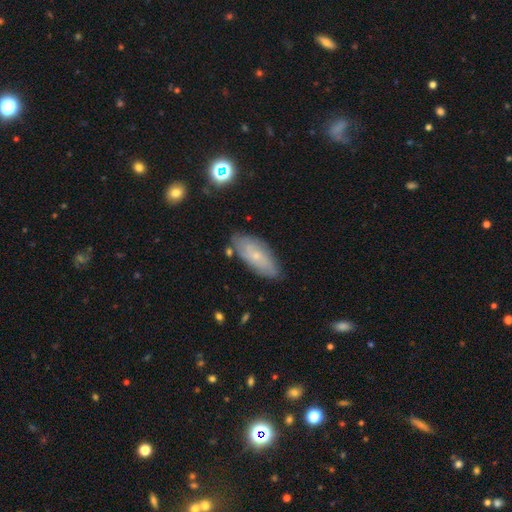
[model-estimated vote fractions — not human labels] Overall: smooth (48%; featured or disk 44%). Merging: none (75%).